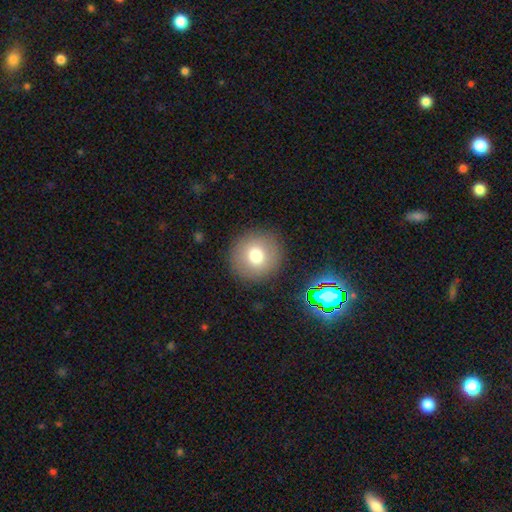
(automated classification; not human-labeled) This appears to be a smooth galaxy with no disk features (75%) that is round (94%). Merging: none (90%).